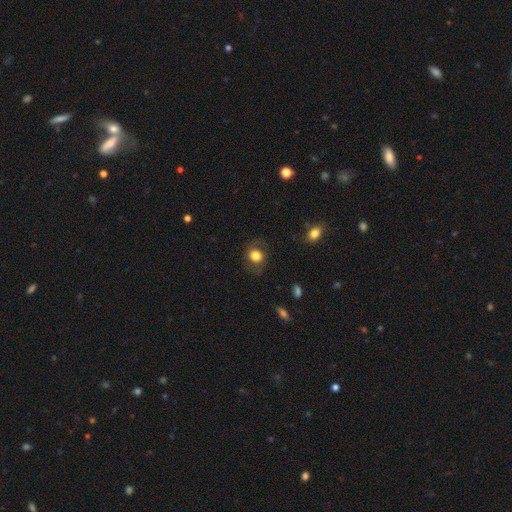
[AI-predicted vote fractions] This is likely a smooth galaxy (71%). How rounded: likely round (72%). Merging: likely none (76%).